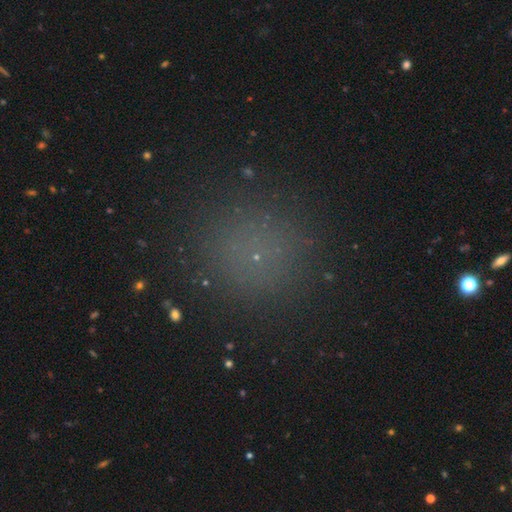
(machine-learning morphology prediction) This is likely a smooth galaxy (64%). How rounded: clearly round (94%). Merging: clearly none (89%).